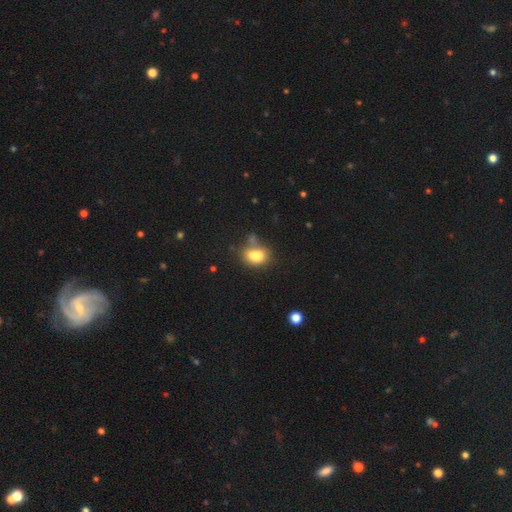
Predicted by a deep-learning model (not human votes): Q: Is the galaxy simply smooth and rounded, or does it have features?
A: smooth — 77%.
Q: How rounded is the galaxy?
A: in between — 70%.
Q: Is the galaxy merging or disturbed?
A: none — 41%.